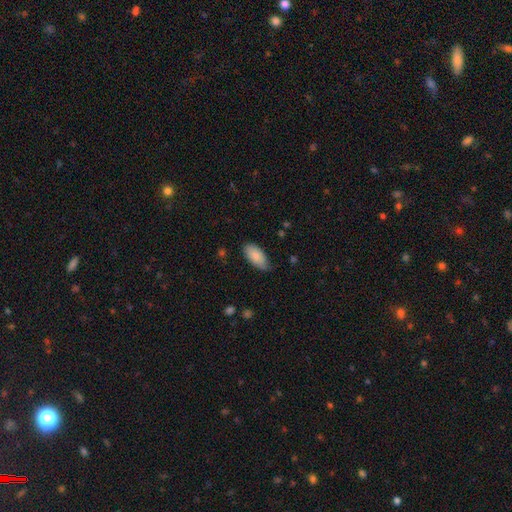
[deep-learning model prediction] A smooth galaxy with no disk features (86%) that is in between round and cigar-shaped (93%). Merging: none (71%).